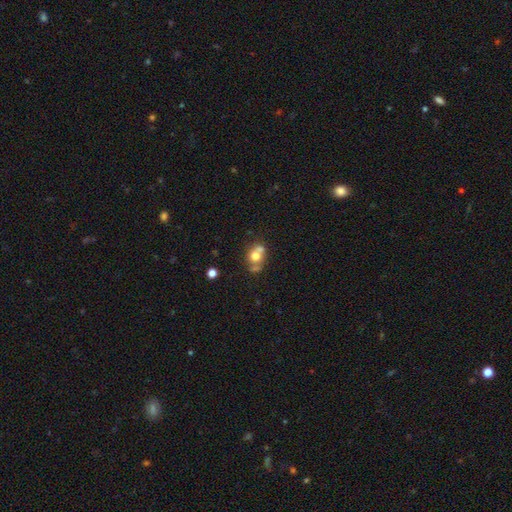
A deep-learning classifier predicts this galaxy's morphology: smooth-or-featured: smooth: 63% | featured or disk: 26% | star or artifact: 11%
  how-rounded: round: 62% | in between: 36% | cigar-shaped: 1%
  merging: none: 41% | merger: 40% | minor disturbance: 13% | major disturbance: 6%